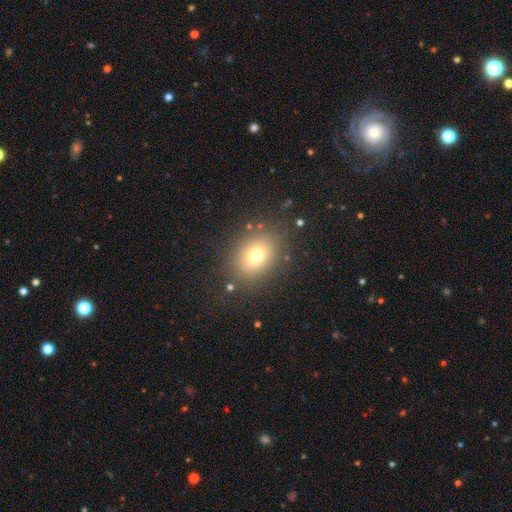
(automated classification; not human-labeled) Smooth or featured? smooth (73%)
How rounded? in between (58%)
Merging? none (83%)